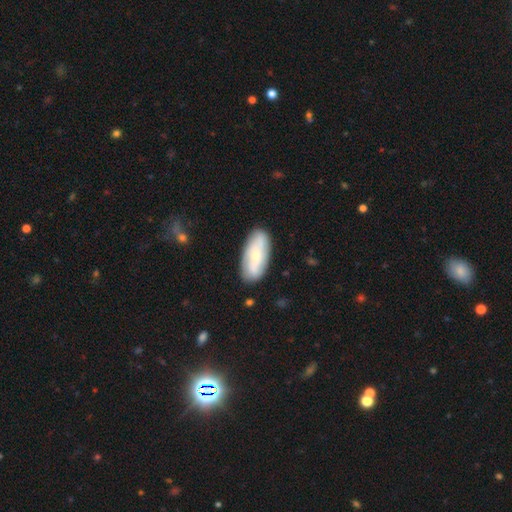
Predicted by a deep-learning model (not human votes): A featured or disk galaxy (47%, tied with smooth).

Vote fractions:
- Smooth or featured? featured or disk: 47% (tied) / smooth: 47% (tied) / star or artifact: 6%
- Merging? none: 82% / minor disturbance: 13% / major disturbance: 3% / merger: 2%